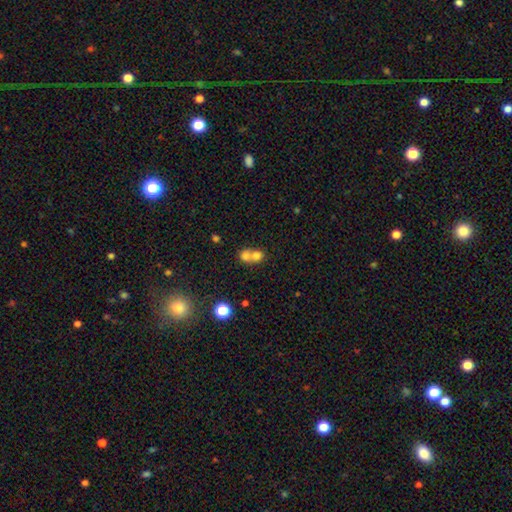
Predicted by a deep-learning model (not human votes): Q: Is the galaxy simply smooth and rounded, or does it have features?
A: smooth — 72%.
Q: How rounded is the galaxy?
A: round — 73%.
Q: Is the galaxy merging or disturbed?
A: merger — 69%.